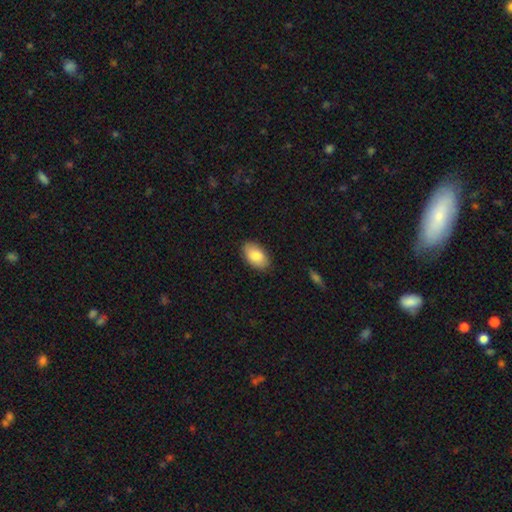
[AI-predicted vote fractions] A smooth galaxy with no disk features (85%) that is in between round and cigar-shaped (94%).

Vote fractions:
- Smooth or featured? smooth: 85% / featured or disk: 9% / star or artifact: 6%
- How rounded? in between: 94% / round: 5% / cigar-shaped: 2%
- Merging? none: 87% / minor disturbance: 10% / major disturbance: 2% / merger: 1%